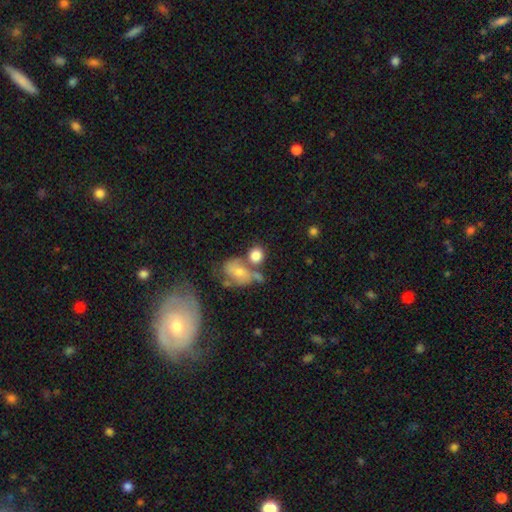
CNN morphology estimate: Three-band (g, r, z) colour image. It shows a smooth galaxy with no disk features (77%) that is round (72%). Merging: none (44%).